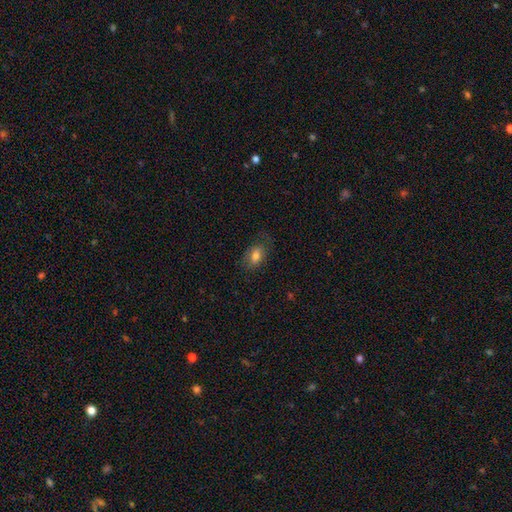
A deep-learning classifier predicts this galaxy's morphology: This appears to be a smooth galaxy with no disk features (77%) that is in between round and cigar-shaped (85%). Merging: none (71%).